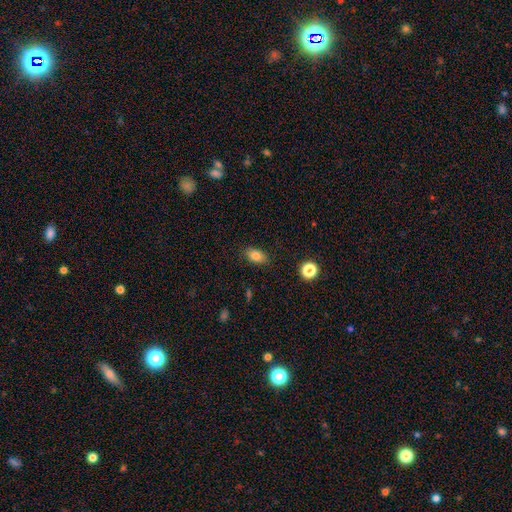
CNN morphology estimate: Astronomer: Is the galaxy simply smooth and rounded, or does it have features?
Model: smooth — 83%.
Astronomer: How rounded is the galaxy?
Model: in between — 86%.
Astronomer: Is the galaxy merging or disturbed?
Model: none — 85%.